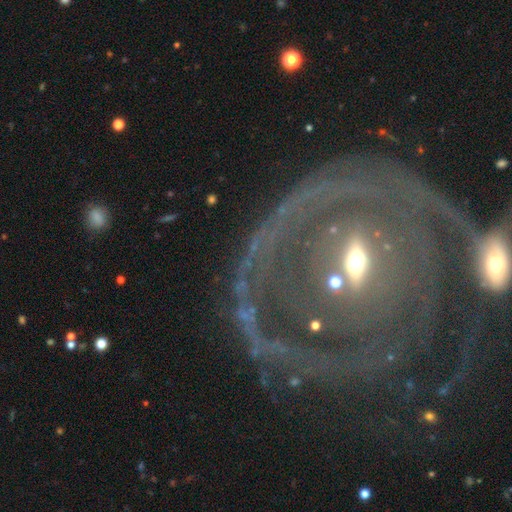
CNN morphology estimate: Q: Smooth or featured?
A: featured or disk (66%); runner-up: star or artifact (19%)
Q: Edge-on disk?
A: no (80%); runner-up: yes (20%)
Q: Bar?
A: no (38%); runner-up: strong (36%)
Q: Spiral arms?
A: no (51%); runner-up: yes (49%)
Q: Bulge size?
A: moderate (63%); runner-up: small (22%)
Q: Merging?
A: none (66%); runner-up: major disturbance (15%)